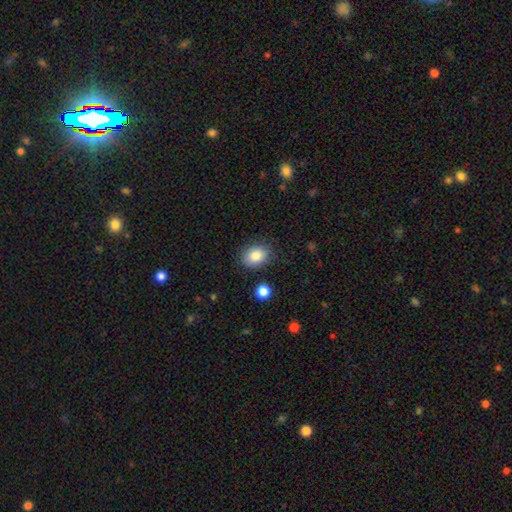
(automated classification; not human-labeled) This is clearly a smooth galaxy (84%). How rounded: likely in between (64%). Merging: clearly none (83%).